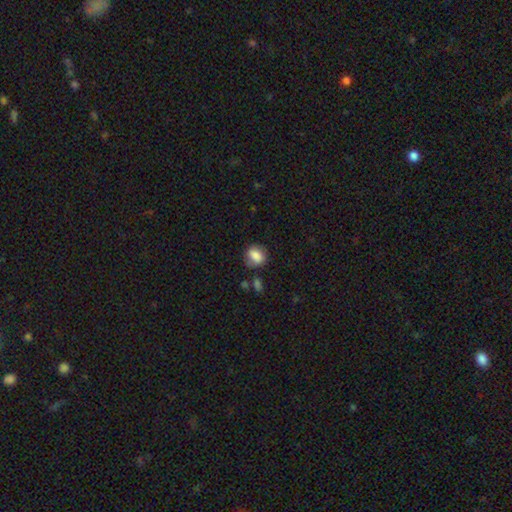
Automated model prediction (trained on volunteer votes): Smooth or featured? Predicted: smooth (p=0.80). How rounded? Predicted: round (p=0.51). Merging? Predicted: none (p=0.73).